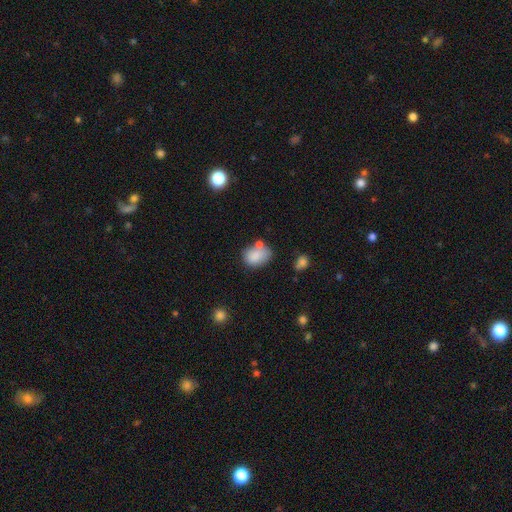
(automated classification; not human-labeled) smooth-or-featured: smooth: 82% | star or artifact: 9% | featured or disk: 8%
  how-rounded: in between: 70% | round: 29% | cigar-shaped: 1%
  merging: none: 53% | minor disturbance: 22% | merger: 17% | major disturbance: 8%